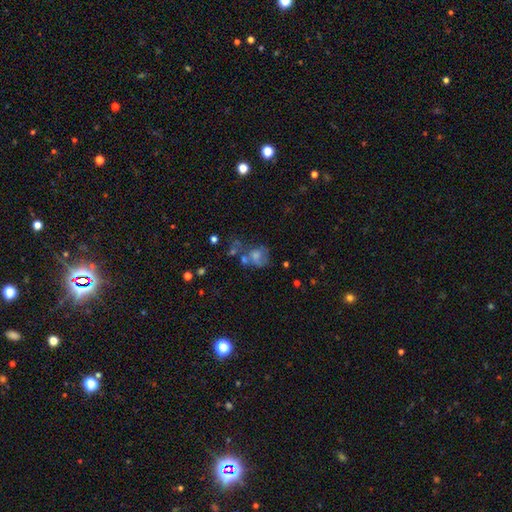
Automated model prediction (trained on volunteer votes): This is marginally a featured or disk galaxy (39%). Merging: marginally none (36%).